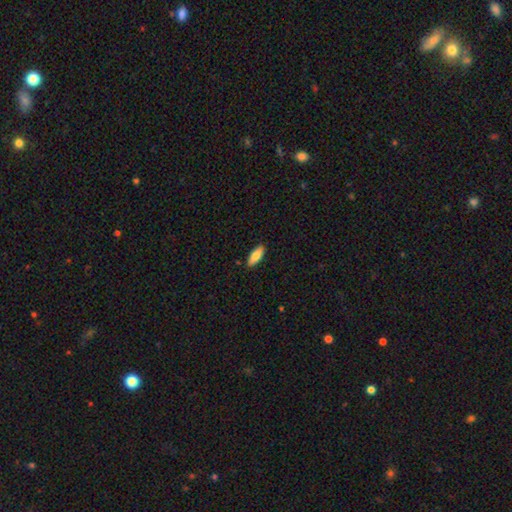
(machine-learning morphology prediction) A smooth galaxy with no disk features (81%) that is in between round and cigar-shaped (72%).

Vote fractions:
- Smooth or featured? smooth: 81% / featured or disk: 13% / star or artifact: 6%
- How rounded? in between: 72% / cigar-shaped: 26% / round: 2%
- Merging? none: 89% / minor disturbance: 9% / major disturbance: 2% / merger: 1%